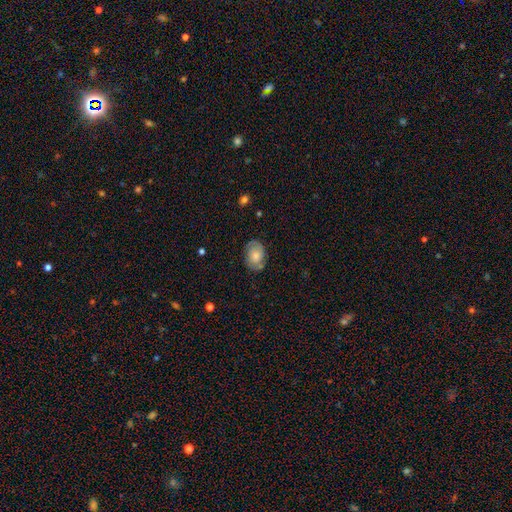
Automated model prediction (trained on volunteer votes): A featured or disk galaxy (51%). Merging: none (74%).